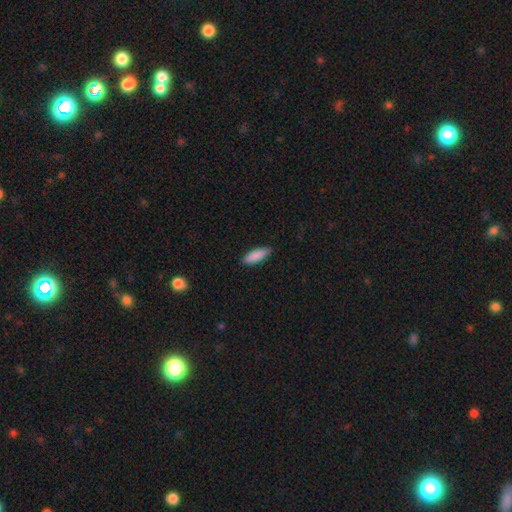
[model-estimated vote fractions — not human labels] smooth-or-featured: smooth: 87% | featured or disk: 7% | star or artifact: 6%
  how-rounded: in between: 56% | cigar-shaped: 42% | round: 2%
  merging: none: 85% | minor disturbance: 12% | major disturbance: 2% | merger: 1%